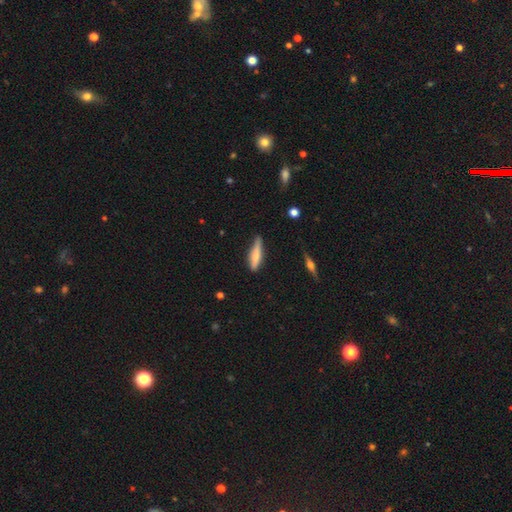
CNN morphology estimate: Smooth or featured? Predicted: smooth (p=0.67). How rounded? Predicted: cigar-shaped (p=0.76). Merging? Predicted: none (p=0.71).